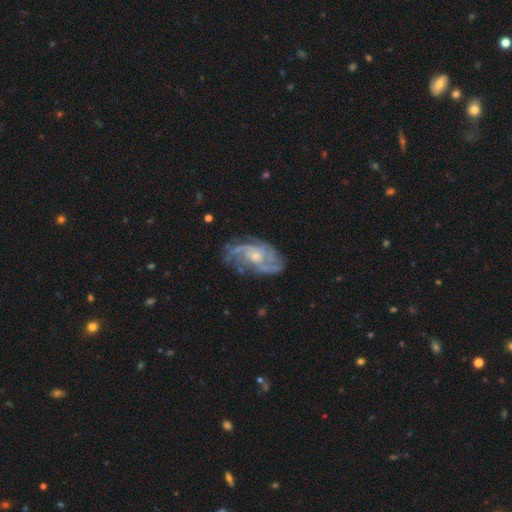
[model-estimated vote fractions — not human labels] featured or disk 87%, smooth 7%, star or artifact 6%. Down the decision tree: edge-on disk — no (96%); bar — no (68%); spiral arms — yes (95%); spiral arm count — can't tell (27%); spiral winding — tight (44%); bulge size — moderate (48%); merging — none (70%).